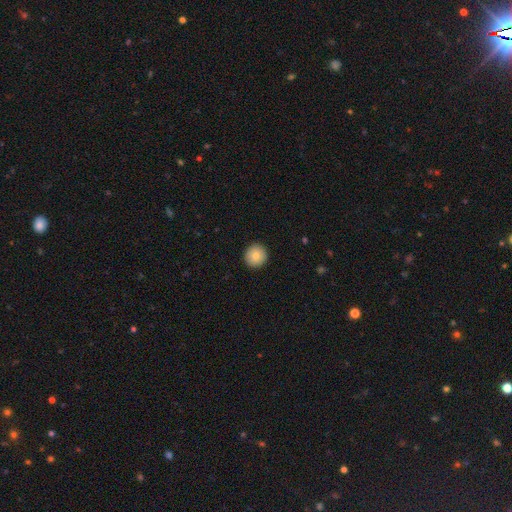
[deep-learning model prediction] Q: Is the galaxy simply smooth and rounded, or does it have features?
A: smooth — 81%.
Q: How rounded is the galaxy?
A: round — 95%.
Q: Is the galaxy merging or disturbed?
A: none — 93%.